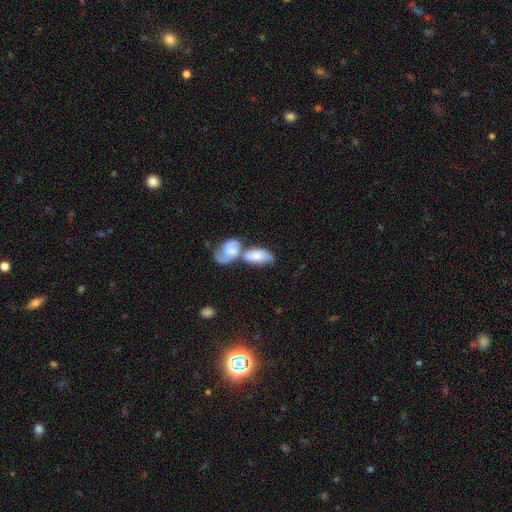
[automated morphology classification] A smooth galaxy with no disk features (44%). Merging: merger (57%).